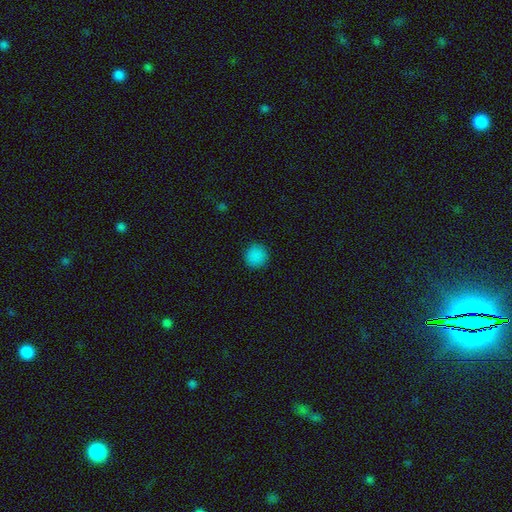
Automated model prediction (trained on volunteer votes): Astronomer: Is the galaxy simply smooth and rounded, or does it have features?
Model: smooth — 86%.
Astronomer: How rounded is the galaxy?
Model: round — 93%.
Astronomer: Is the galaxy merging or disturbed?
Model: none — 91%.